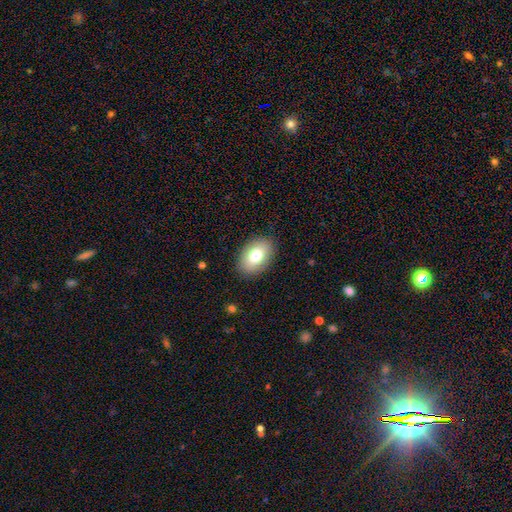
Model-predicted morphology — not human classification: Smooth or featured?
  - smooth: 76% *
  - featured or disk: 17%
  - star or artifact: 8%
How rounded?
  - in between: 88% *
  - round: 11%
  - cigar-shaped: 1%
Merging?
  - none: 87% *
  - minor disturbance: 9%
  - major disturbance: 3%
  - merger: 1%